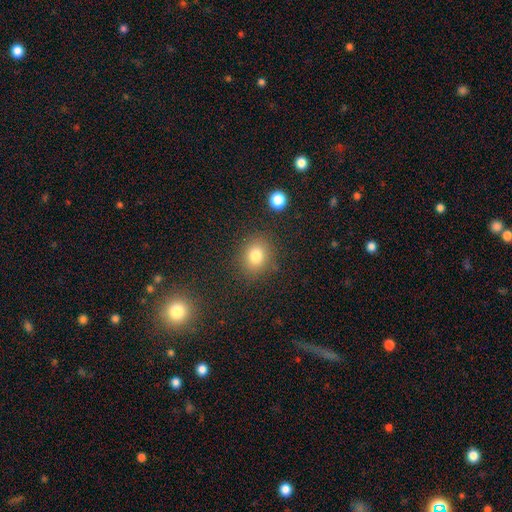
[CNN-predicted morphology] The model was most divided on "how rounded": round: 69%, in between: 30%, cigar-shaped: 1%. More confident: merging — none (84%); smooth or featured — smooth (79%).